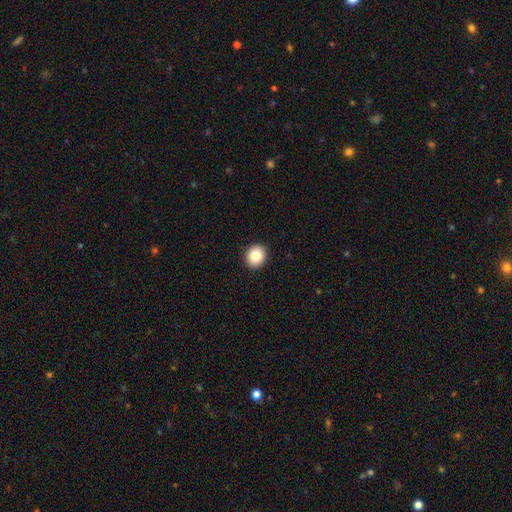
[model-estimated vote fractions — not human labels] Smooth or featured? smooth (83%)
How rounded? round (74%)
Merging? none (92%)